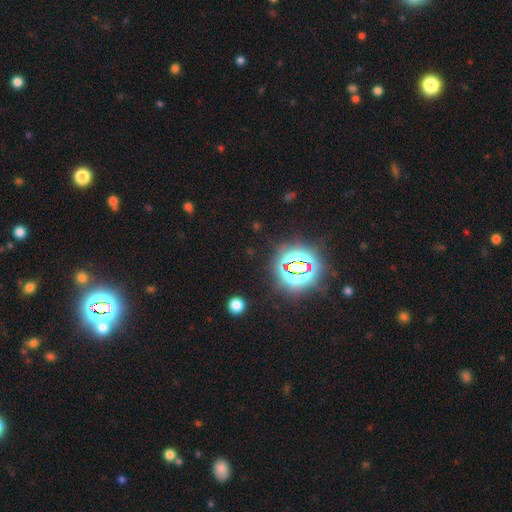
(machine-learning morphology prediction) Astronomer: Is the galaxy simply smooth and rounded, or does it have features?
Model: star or artifact — 80%.